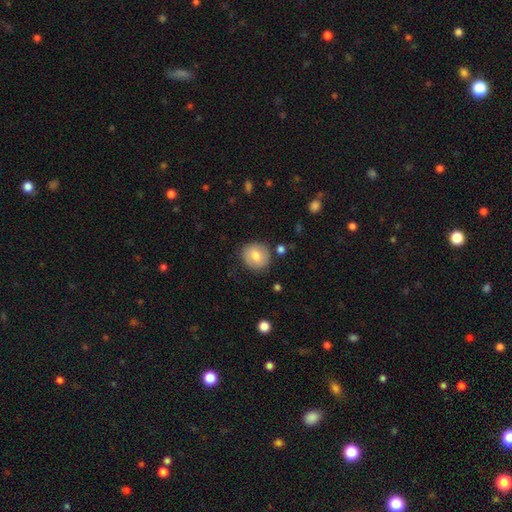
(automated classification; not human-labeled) This appears to be a smooth galaxy with no disk features (74%) that is round (87%). Merging: none (84%).